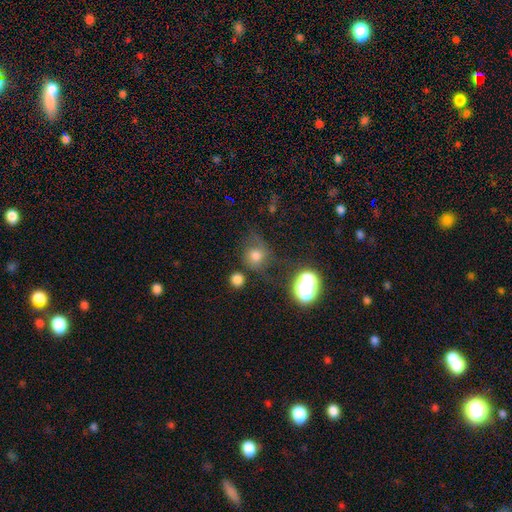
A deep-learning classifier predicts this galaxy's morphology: Smooth or featured: smooth — 63% (star or artifact — 19%)
How rounded: round — 78% (in between — 20%)
Merging: none — 50% (minor disturbance — 22%)